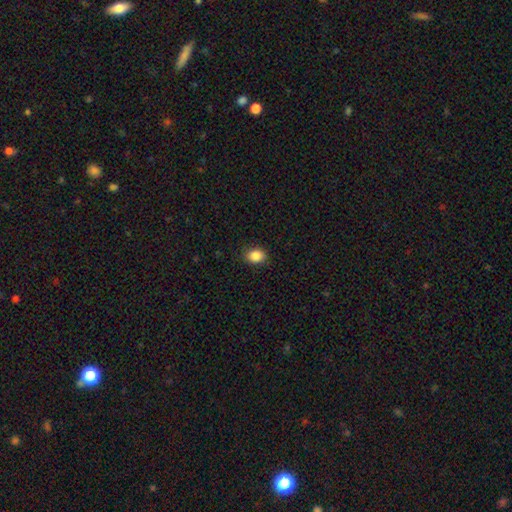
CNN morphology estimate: Q: Smooth or featured?
A: smooth (87%); runner-up: star or artifact (9%)
Q: How rounded?
A: in between (61%); runner-up: round (38%)
Q: Merging?
A: none (88%); runner-up: minor disturbance (9%)